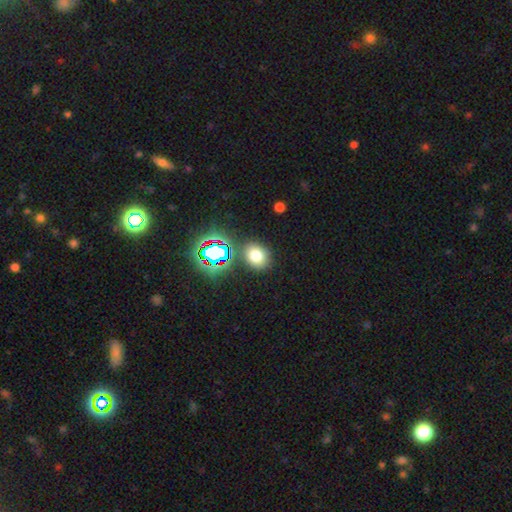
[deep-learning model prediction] Smooth or featured: smooth — 69% (star or artifact — 23%)
How rounded: round — 54% (in between — 44%)
Merging: none — 82% (minor disturbance — 10%)